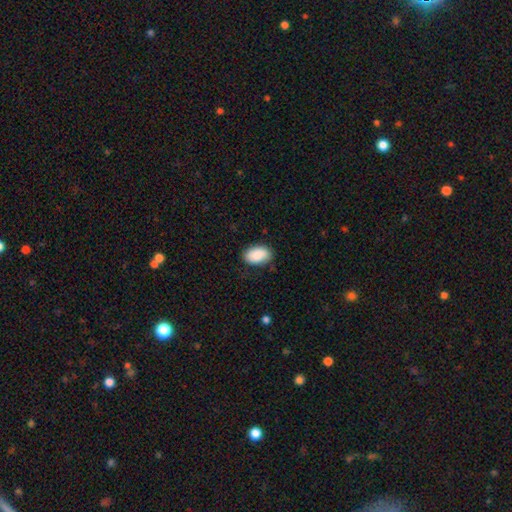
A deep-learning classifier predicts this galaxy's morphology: smooth_or_featured: smooth (p=0.88) [alt: star or artifact p=0.06]
how_rounded: in between (p=0.93) [alt: round p=0.06]
merging: none (p=0.80) [alt: minor disturbance p=0.15]